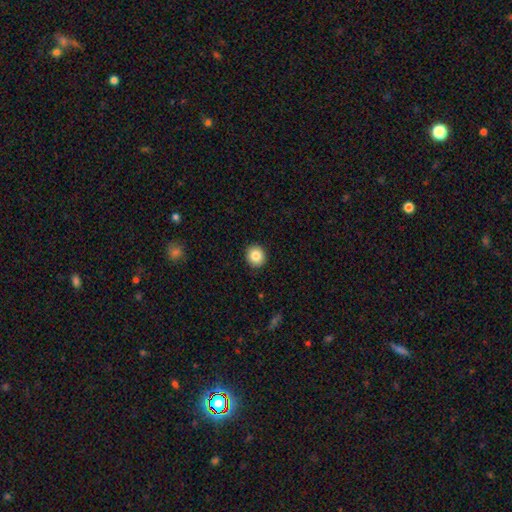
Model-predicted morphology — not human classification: smooth-or-featured: smooth: 85% | star or artifact: 9% | featured or disk: 6%
  how-rounded: round: 87% | in between: 12% | cigar-shaped: 1%
  merging: none: 92% | minor disturbance: 5% | major disturbance: 2% | merger: 1%